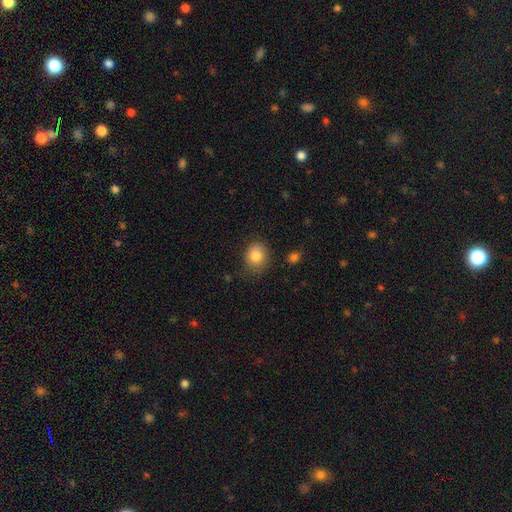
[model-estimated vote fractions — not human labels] This appears to be a smooth galaxy with no disk features (84%) that is round (65%). Merging: none (80%).